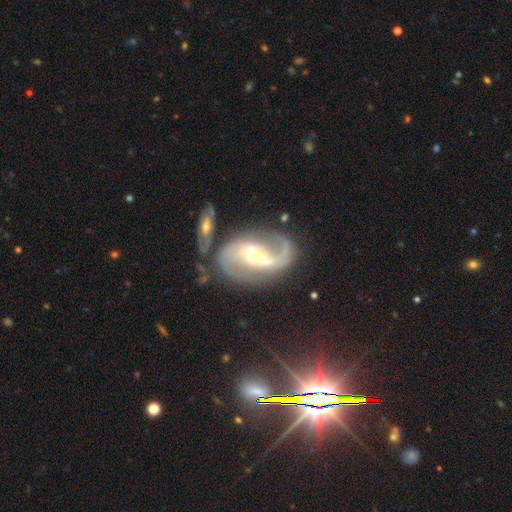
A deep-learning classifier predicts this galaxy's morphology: Smooth or featured? Predicted: featured or disk (p=0.89). Edge-on disk? Predicted: no (p=0.97). Bar? Predicted: strong (p=0.40). Spiral arms? Predicted: yes (p=0.96). Spiral winding? Predicted: loose (p=0.45). Spiral arm count? Predicted: 2 (p=0.89). Bulge size? Predicted: small (p=0.58). Merging? Predicted: none (p=0.60).